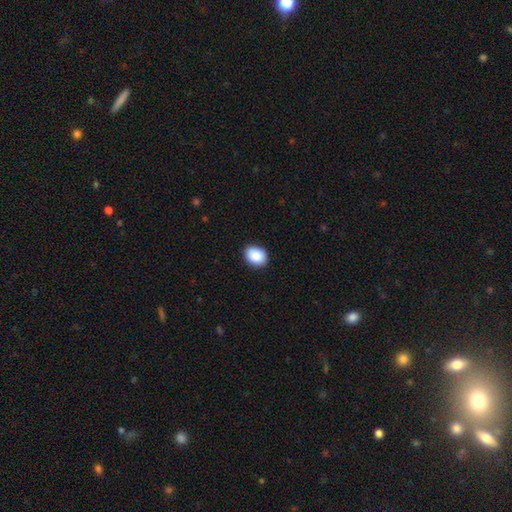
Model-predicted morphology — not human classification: Smooth or featured? Predicted: smooth (p=0.89). How rounded? Predicted: in between (p=0.60). Merging? Predicted: none (p=0.88).